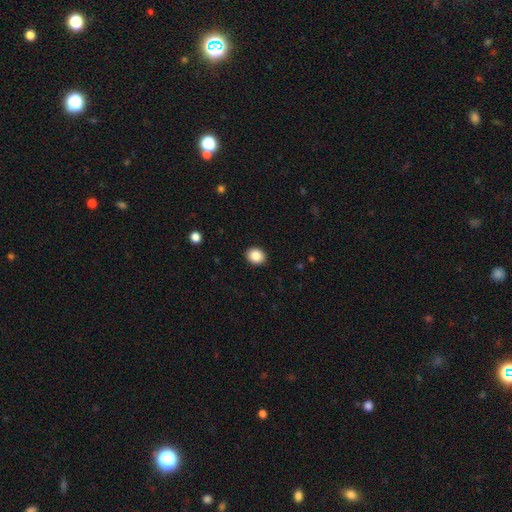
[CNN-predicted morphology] smooth 87%, star or artifact 9%, featured or disk 4%. Down the decision tree: how rounded — round (63%); merging — none (91%).